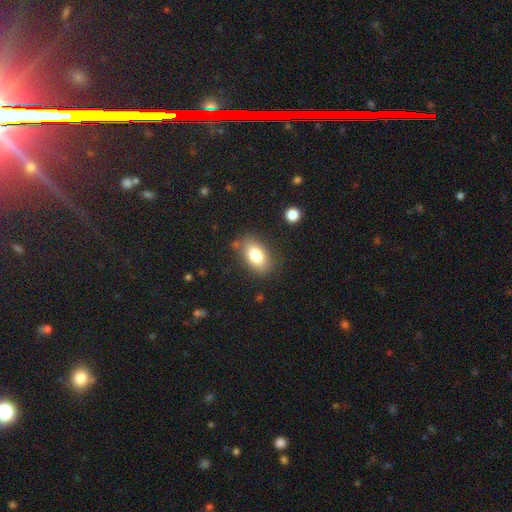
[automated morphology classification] type=smooth (81%); roundness=in between (89%); merging=none (78%).